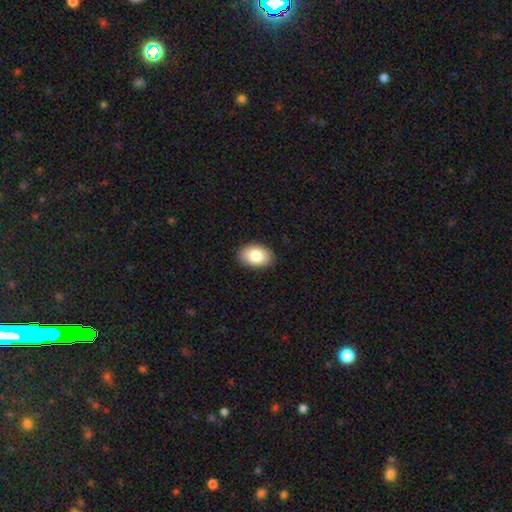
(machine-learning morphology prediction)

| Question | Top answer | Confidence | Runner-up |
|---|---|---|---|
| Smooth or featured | smooth | 84% | featured or disk (9%) |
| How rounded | in between | 87% | round (12%) |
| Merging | none | 89% | minor disturbance (8%) |